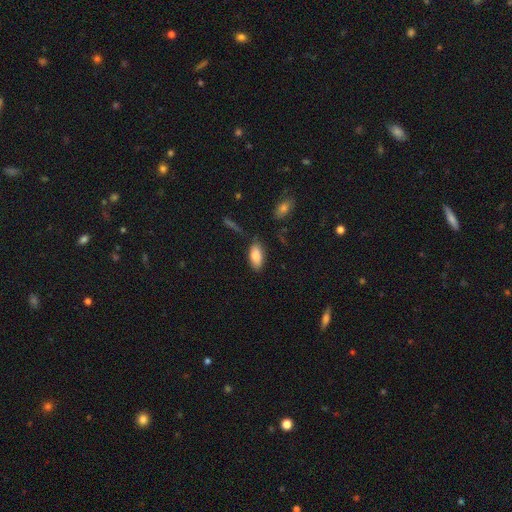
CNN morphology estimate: Overall: smooth (84%). How rounded: in between (89%). Merging: none (76%).